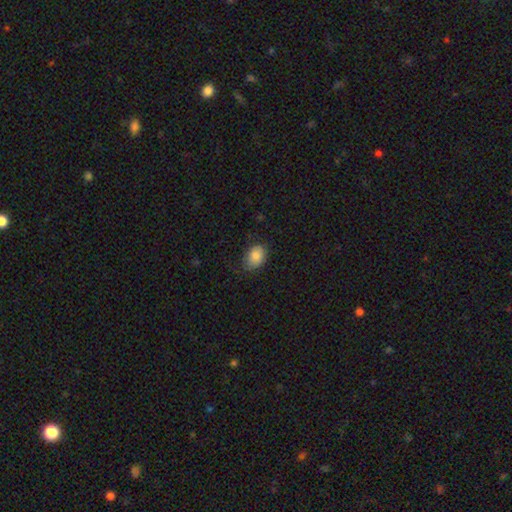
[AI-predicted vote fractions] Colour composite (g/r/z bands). It shows a smooth galaxy with no disk features (83%) that is in between round and cigar-shaped (75%). Merging: none (70%).